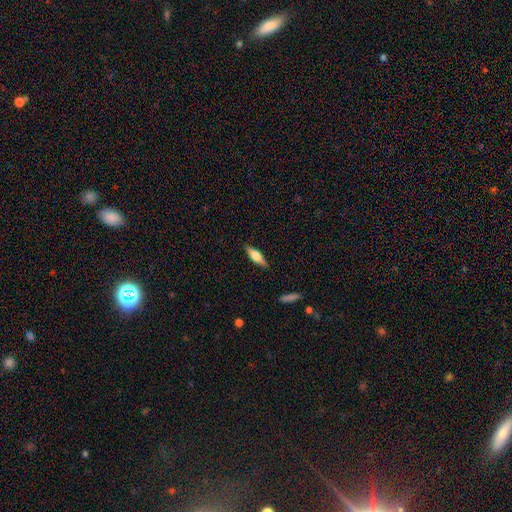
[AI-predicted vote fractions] A featured or disk galaxy (49%).

Vote fractions:
- Smooth or featured? featured or disk: 49% / smooth: 45% / star or artifact: 6%
- Merging? none: 87% / minor disturbance: 10% / major disturbance: 2% / merger: 1%